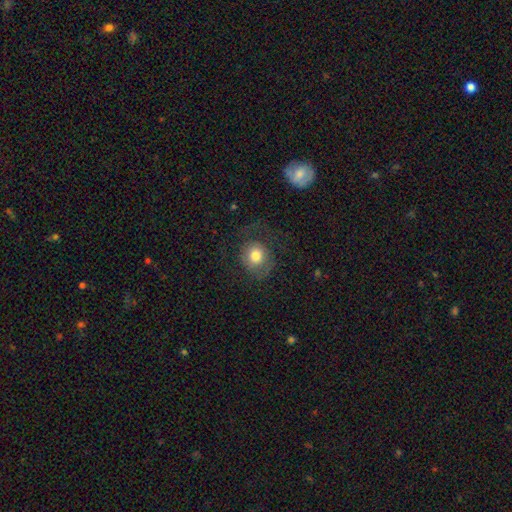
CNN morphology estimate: Smooth or featured?
  - smooth: 69% *
  - featured or disk: 22%
  - star or artifact: 9%
How rounded?
  - round: 83% *
  - in between: 16%
  - cigar-shaped: 1%
Merging?
  - none: 56% *
  - major disturbance: 25%
  - minor disturbance: 17%
  - merger: 2%